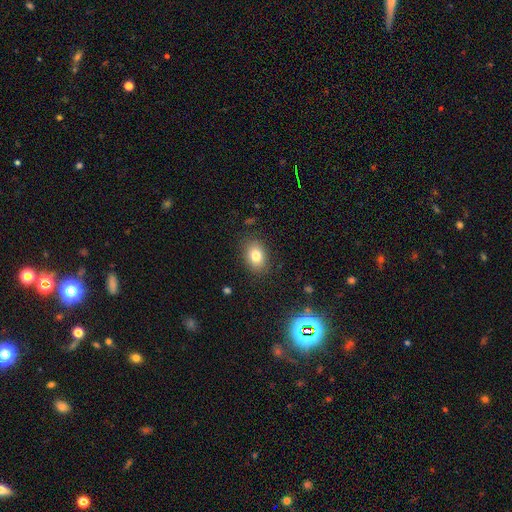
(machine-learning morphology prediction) Overall: smooth (80%). How rounded: in between (70%). Merging: none (86%).